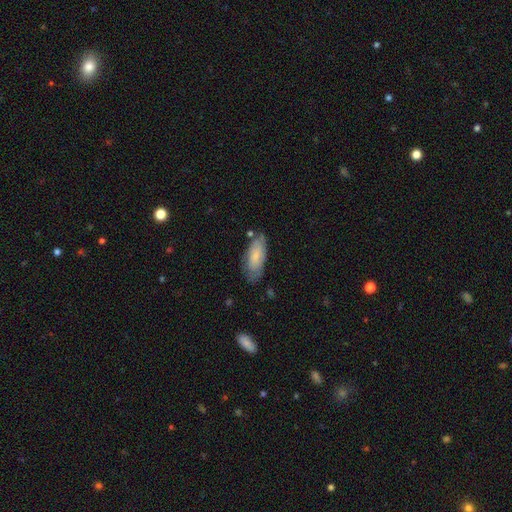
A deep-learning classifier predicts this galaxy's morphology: Q: Smooth or featured?
A: smooth (67%); runner-up: featured or disk (26%)
Q: How rounded?
A: in between (82%); runner-up: cigar-shaped (17%)
Q: Merging?
A: none (65%); runner-up: minor disturbance (26%)